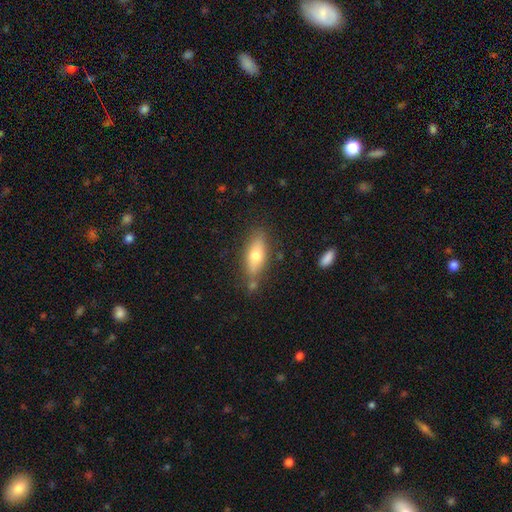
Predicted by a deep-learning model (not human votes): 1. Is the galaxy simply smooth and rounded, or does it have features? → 66% smooth, 26% featured or disk, 7% star or artifact.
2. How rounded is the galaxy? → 64% in between, 33% cigar-shaped, 3% round.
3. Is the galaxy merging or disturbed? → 73% none, 16% minor disturbance, 7% merger, 4% major disturbance.